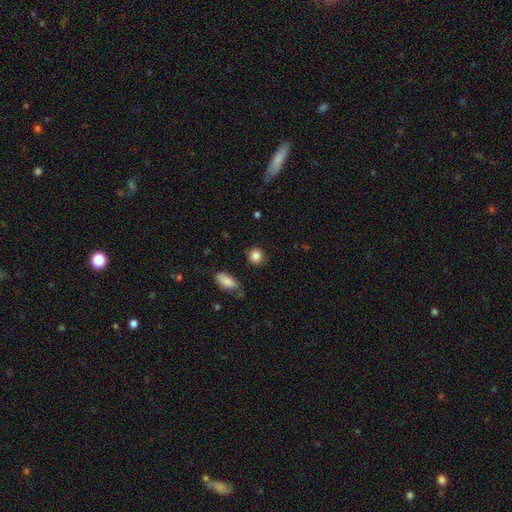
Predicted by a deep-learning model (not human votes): smooth-or-featured: smooth: 86% | star or artifact: 10% | featured or disk: 5%
  how-rounded: round: 83% | in between: 16% | cigar-shaped: 1%
  merging: none: 85% | minor disturbance: 10% | major disturbance: 3% | merger: 2%